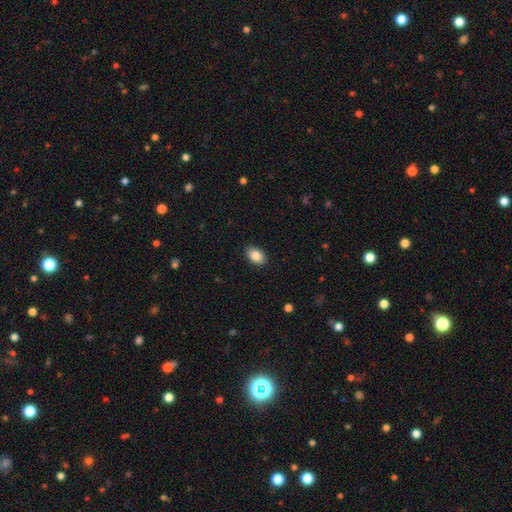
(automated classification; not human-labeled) smooth-or-featured: smooth: 86% | star or artifact: 7% | featured or disk: 6%
  how-rounded: in between: 88% | round: 11% | cigar-shaped: 1%
  merging: none: 89% | minor disturbance: 8% | major disturbance: 2% | merger: 1%